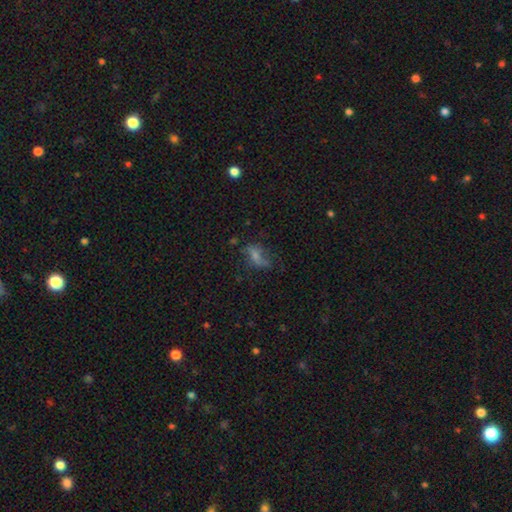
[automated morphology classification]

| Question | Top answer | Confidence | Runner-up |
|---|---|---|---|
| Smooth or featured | smooth | 51% | featured or disk (35%) |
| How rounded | in between | 83% | round (10%) |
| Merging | none | 41% | major disturbance (28%) |